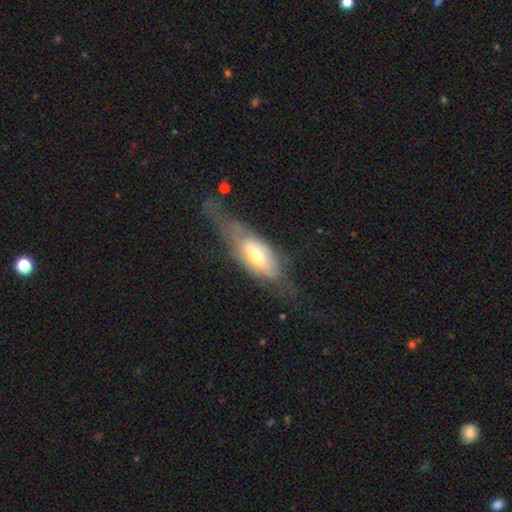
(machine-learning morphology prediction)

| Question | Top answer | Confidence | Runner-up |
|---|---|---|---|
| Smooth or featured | featured or disk | 50% | smooth (43%) |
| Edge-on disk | no | 61% | yes (39%) |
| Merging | none | 36% | major disturbance (35%) |